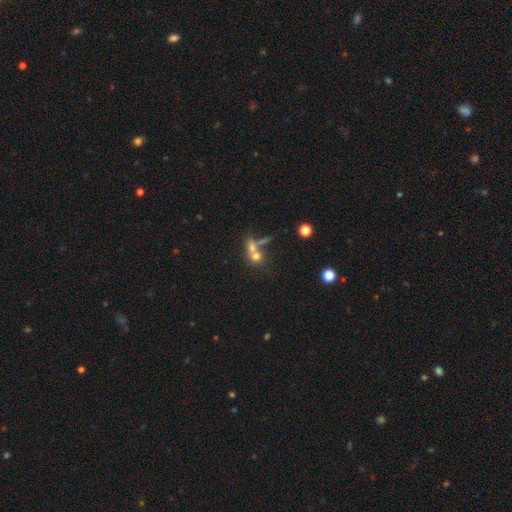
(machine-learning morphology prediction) smooth_or_featured: smooth (p=0.63) [alt: featured or disk p=0.21]
how_rounded: round (p=0.57) [alt: in between p=0.34]
merging: merger (p=0.55) [alt: none p=0.31]